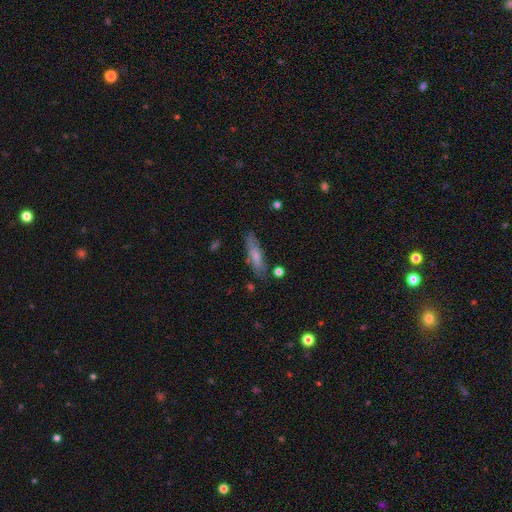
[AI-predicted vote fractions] Smooth or featured? Predicted: smooth (p=0.62). How rounded? Predicted: cigar-shaped (p=0.70). Merging? Predicted: none (p=0.75).